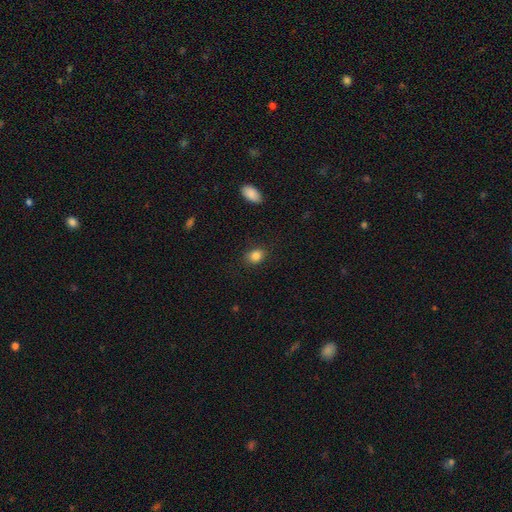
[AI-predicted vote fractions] Smooth or featured: smooth — 85% (star or artifact — 10%)
How rounded: in between — 58% (round — 40%)
Merging: none — 84% (minor disturbance — 12%)